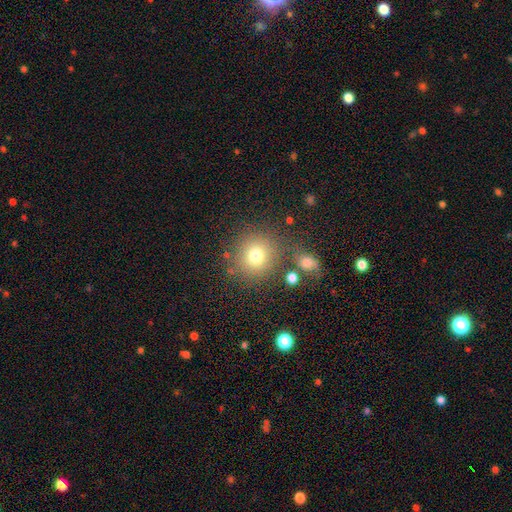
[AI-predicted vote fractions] Overall: smooth (76%). How rounded: round (89%). Merging: none (77%).